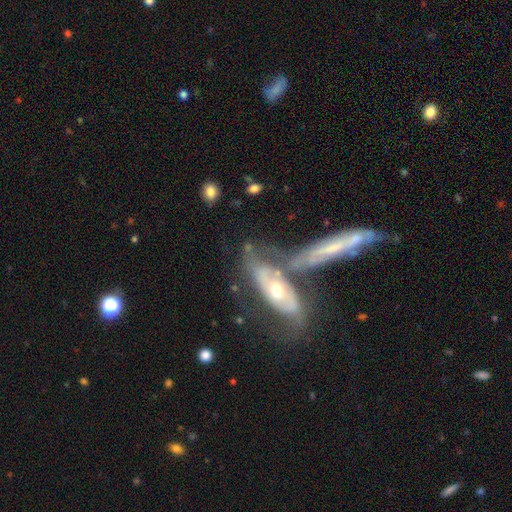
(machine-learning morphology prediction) type=featured or disk (74%); edge-on=no (60%); merging=merger (43%).